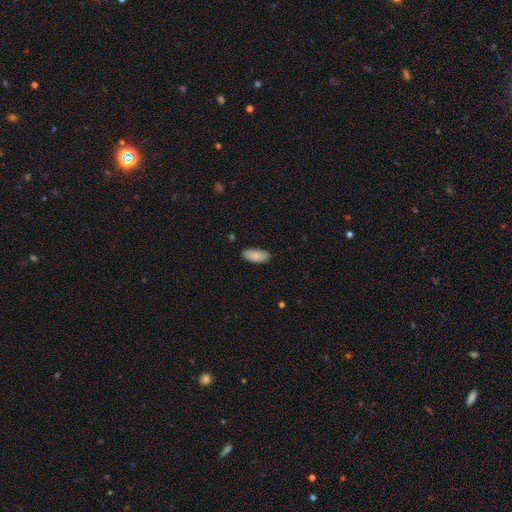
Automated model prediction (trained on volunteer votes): This appears to be a smooth galaxy with no disk features (87%) that is in between round and cigar-shaped (88%). Merging: none (84%).